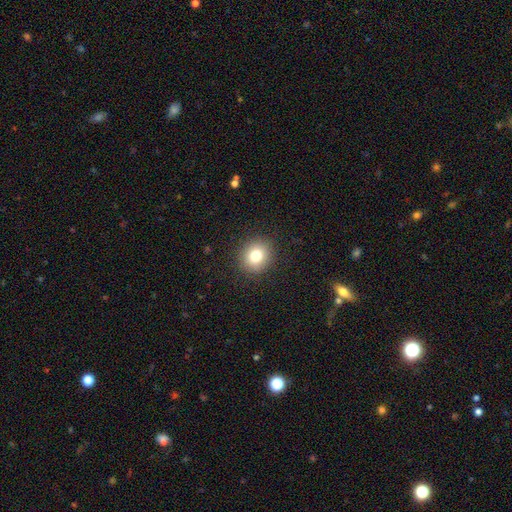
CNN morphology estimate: The model was most divided on "smooth or featured": smooth: 79%, star or artifact: 11%, featured or disk: 9%. More confident: merging — none (90%); how rounded — round (84%).